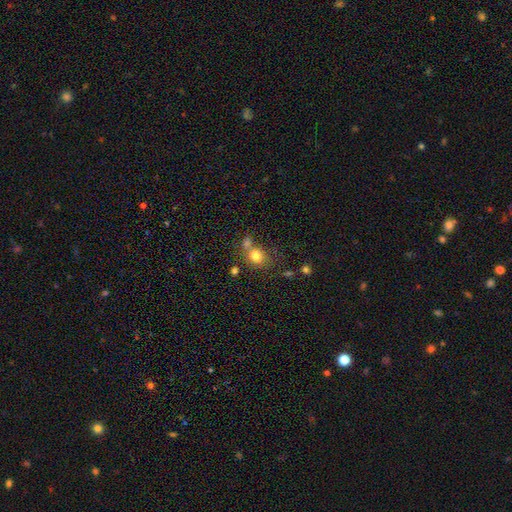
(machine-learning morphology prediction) The model was most divided on "merging": none: 50%, merger: 32%, minor disturbance: 13%, major disturbance: 6%. More confident: smooth or featured — smooth (77%); how rounded — round (66%).